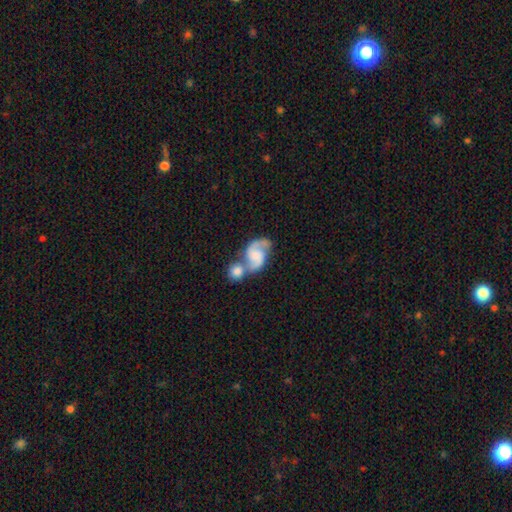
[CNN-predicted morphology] Overall: featured or disk (76%). Edge-on disk: no (98%). Bar: no (53%; weak 38%). Spiral arms: yes (93%). Spiral arm count: 2 (90%). Spiral winding: loose (46%; medium 43%). Bulge size: none (29%, tied with small). Merging: merger (62%).